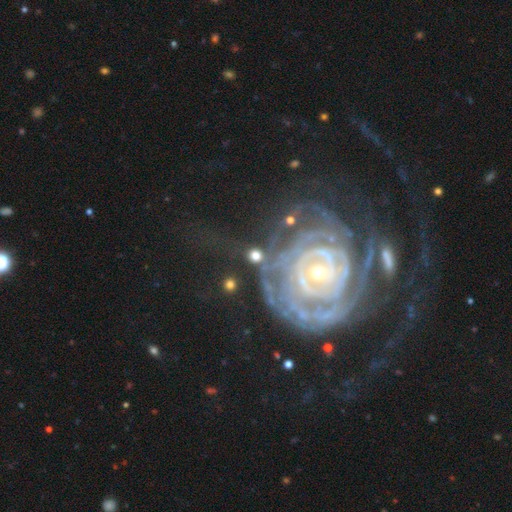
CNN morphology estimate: Smooth or featured? smooth (54%)
How rounded? round (83%)
Merging? none (69%)